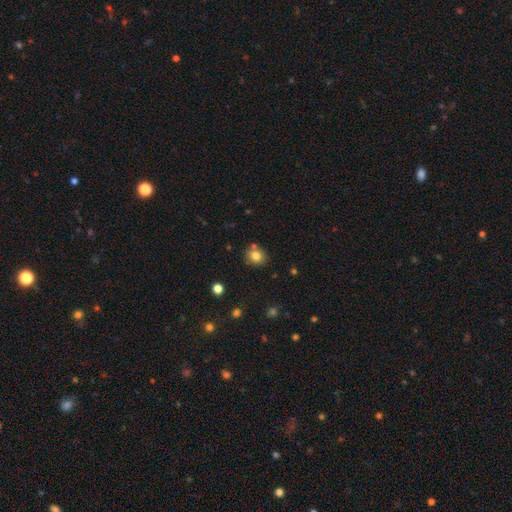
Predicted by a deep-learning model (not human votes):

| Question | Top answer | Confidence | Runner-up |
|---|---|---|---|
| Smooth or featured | smooth | 80% | star or artifact (12%) |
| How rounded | round | 78% | in between (21%) |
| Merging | none | 75% | minor disturbance (11%) |